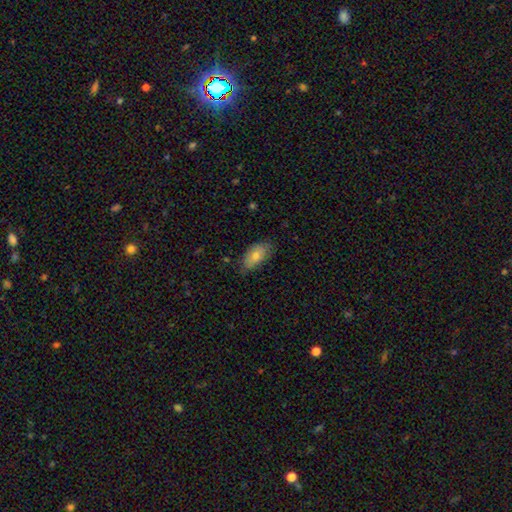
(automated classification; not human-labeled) The model was most divided on "smooth or featured": smooth: 73%, featured or disk: 20%, star or artifact: 8%. More confident: how rounded — in between (91%); merging — none (75%).